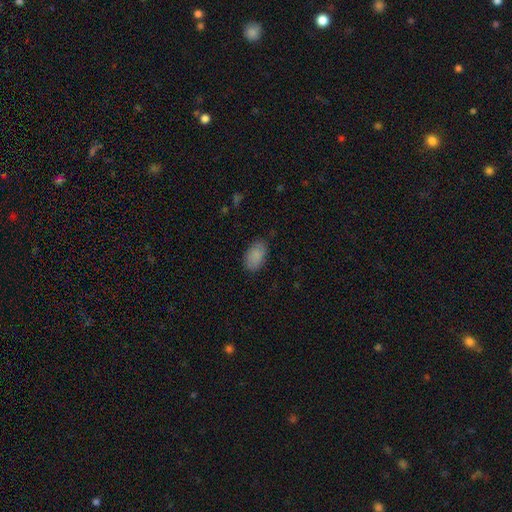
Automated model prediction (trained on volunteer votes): Smooth or featured: smooth — 88% (star or artifact — 7%)
How rounded: in between — 93% (round — 6%)
Merging: none — 80% (minor disturbance — 16%)